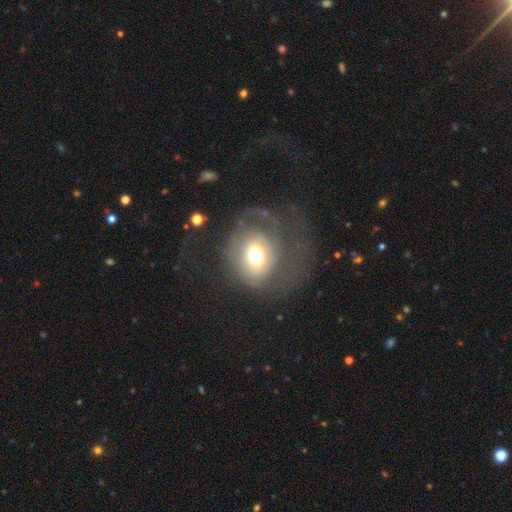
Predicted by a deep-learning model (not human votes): Overall: smooth (49%; featured or disk 39%). Merging: none (41%; major disturbance 39%).